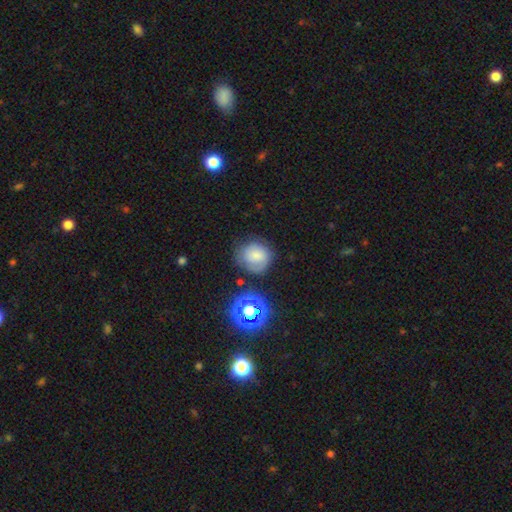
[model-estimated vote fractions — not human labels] Smooth or featured: smooth — 66% (featured or disk — 20%)
How rounded: round — 81% (in between — 18%)
Merging: none — 63% (minor disturbance — 23%)